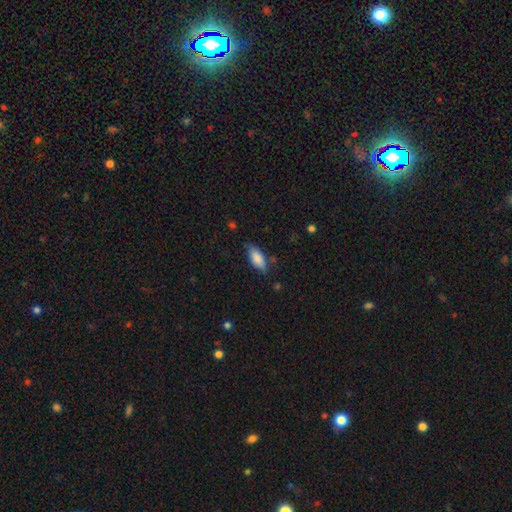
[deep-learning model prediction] Morphology: type=smooth (84%); roundness=in between (83%); merging=none (74%).